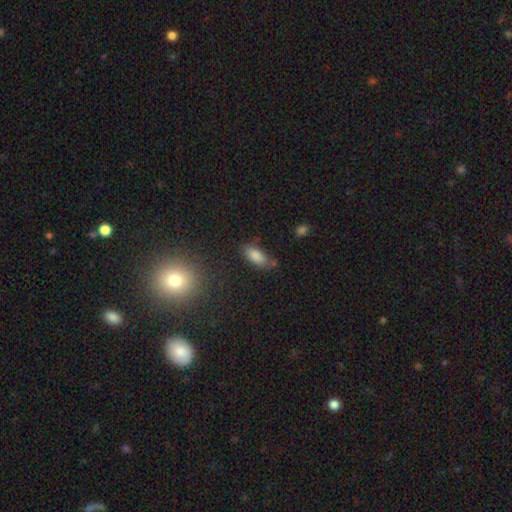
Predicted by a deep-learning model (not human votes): Smooth or featured: smooth — 84% (star or artifact — 9%)
How rounded: in between — 86% (cigar-shaped — 12%)
Merging: none — 72% (minor disturbance — 18%)